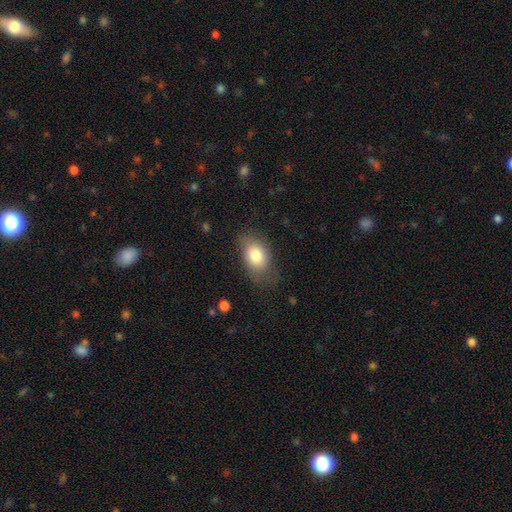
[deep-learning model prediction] Q: Smooth or featured?
A: smooth (79%); runner-up: featured or disk (13%)
Q: How rounded?
A: in between (85%); runner-up: round (14%)
Q: Merging?
A: none (63%); runner-up: minor disturbance (25%)